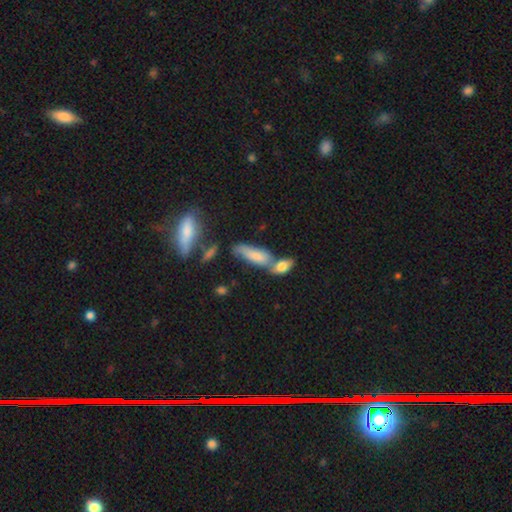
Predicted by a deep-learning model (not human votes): smooth_or_featured: smooth (p=0.70) [alt: featured or disk p=0.22]
how_rounded: in between (p=0.60) [alt: cigar-shaped p=0.37]
merging: merger (p=0.43) [alt: none p=0.34]